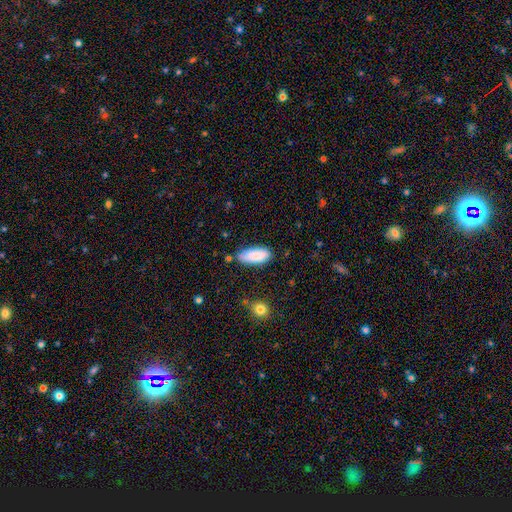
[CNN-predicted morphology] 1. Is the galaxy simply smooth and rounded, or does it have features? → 87% smooth, 6% star or artifact, 6% featured or disk.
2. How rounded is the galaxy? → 83% in between, 16% cigar-shaped, 2% round.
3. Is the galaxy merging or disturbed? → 74% none, 19% minor disturbance, 4% major disturbance, 3% merger.